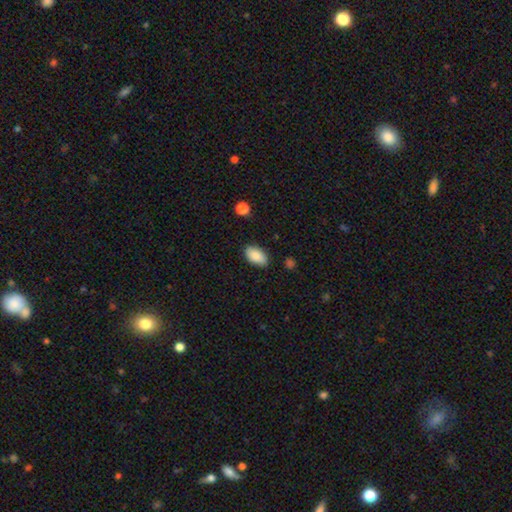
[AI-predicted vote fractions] This appears to be a smooth galaxy with no disk features (87%) that is in between round and cigar-shaped (93%). Merging: none (84%).